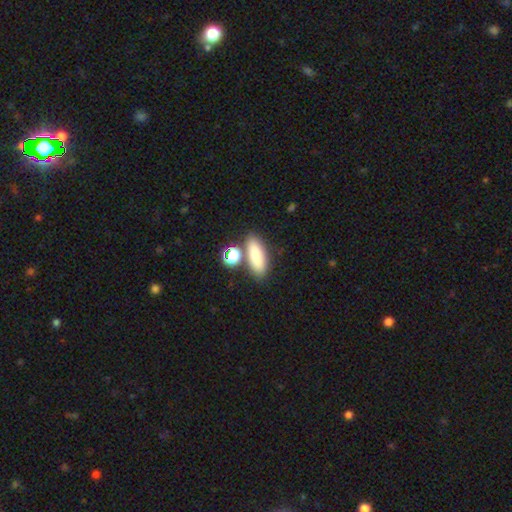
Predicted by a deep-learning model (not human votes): A smooth galaxy with no disk features (82%) that is in between round and cigar-shaped (64%). Merging: none (70%).